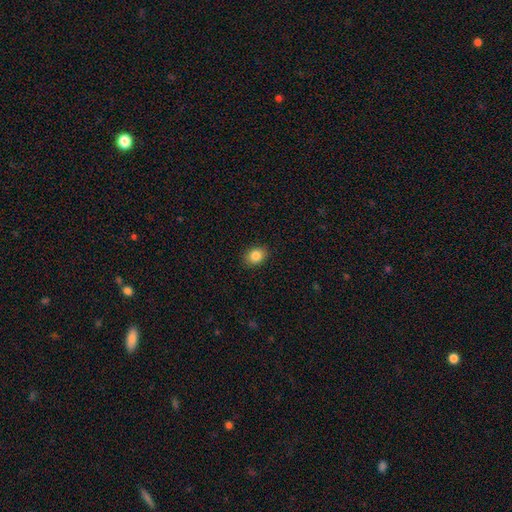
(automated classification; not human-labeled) This is clearly a smooth galaxy (85%). How rounded: likely in between (62%). Merging: clearly none (89%).